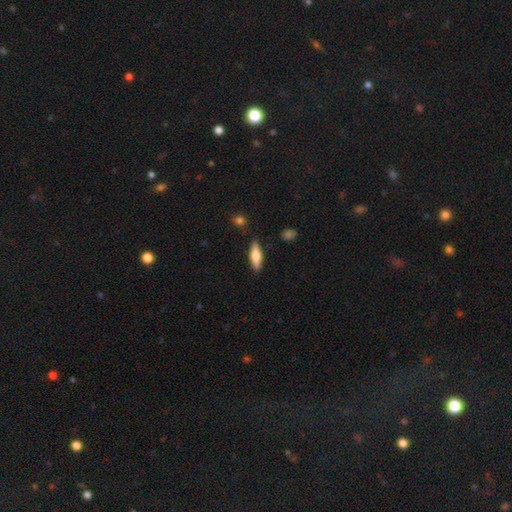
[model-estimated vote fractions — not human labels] Overall: smooth (67%). How rounded: cigar-shaped (51%; in between 47%). Merging: none (87%).